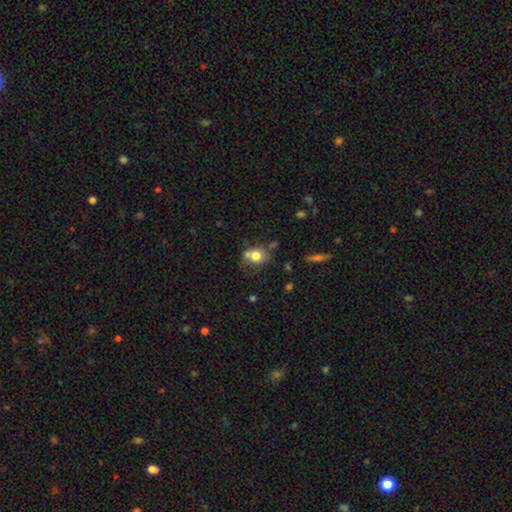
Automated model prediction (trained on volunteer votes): smooth-or-featured: smooth: 77% | featured or disk: 13% | star or artifact: 11%
  how-rounded: round: 61% | in between: 38% | cigar-shaped: 1%
  merging: none: 56% | minor disturbance: 20% | merger: 18% | major disturbance: 6%